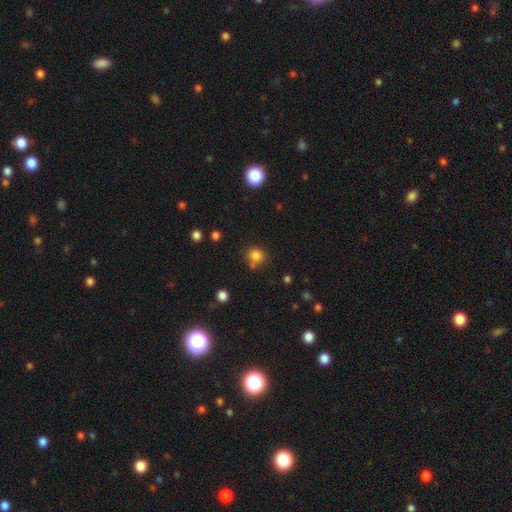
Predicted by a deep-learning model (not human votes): This appears to be a smooth galaxy with no disk features (81%) that is round (84%). Merging: none (66%).